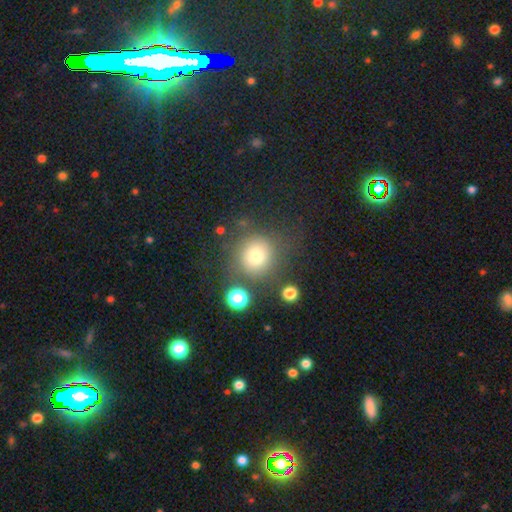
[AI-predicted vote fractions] Smooth or featured?
  - smooth: 74% *
  - star or artifact: 15%
  - featured or disk: 11%
How rounded?
  - round: 89% *
  - in between: 10%
  - cigar-shaped: 1%
Merging?
  - none: 71% *
  - minor disturbance: 13%
  - merger: 9%
  - major disturbance: 7%